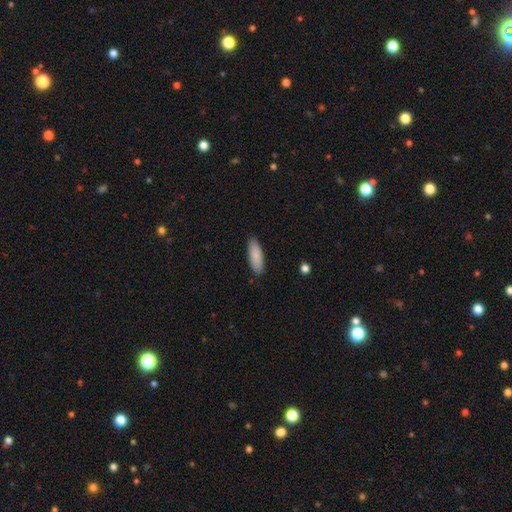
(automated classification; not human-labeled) smooth 87%, featured or disk 7%, star or artifact 6%. Down the decision tree: how rounded — in between (64%); merging — none (88%).